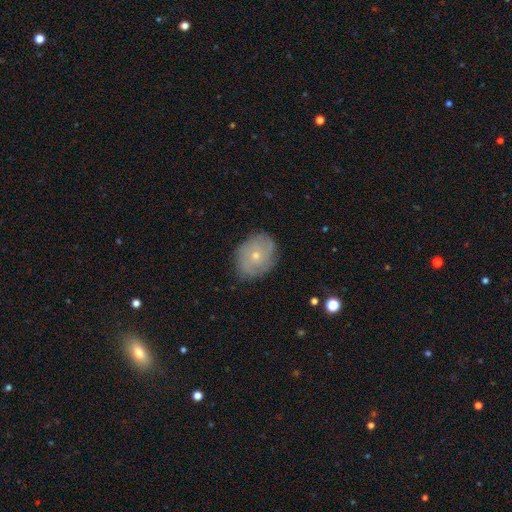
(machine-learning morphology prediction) featured or disk 52%, smooth 40%, star or artifact 9%. Down the decision tree: edge-on disk — no (95%); merging — none (79%).